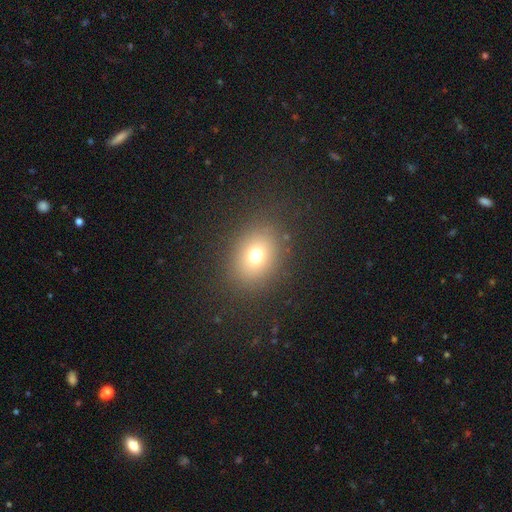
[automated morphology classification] Smooth or featured? Predicted: smooth (p=0.71). How rounded? Predicted: round (p=0.54). Merging? Predicted: none (p=0.85).